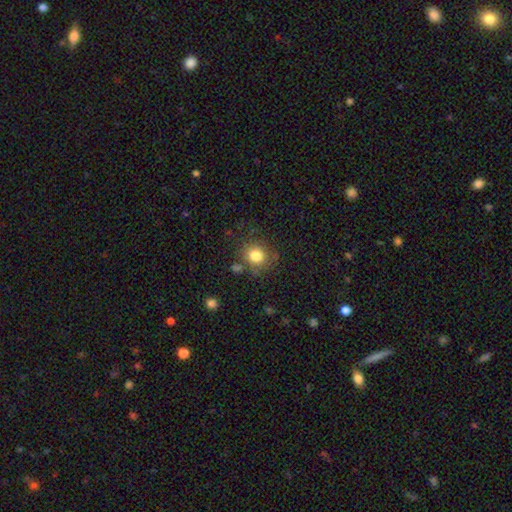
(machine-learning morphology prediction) Smooth or featured? Predicted: smooth (p=0.81). How rounded? Predicted: round (p=0.84). Merging? Predicted: none (p=0.78).